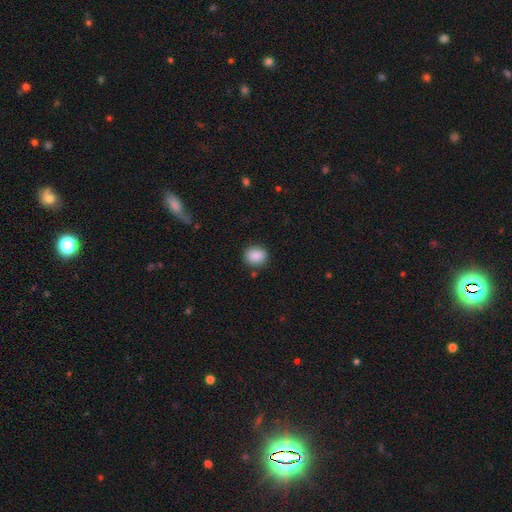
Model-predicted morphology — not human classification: This is clearly a smooth galaxy (88%). How rounded: likely round (68%). Merging: clearly none (84%).